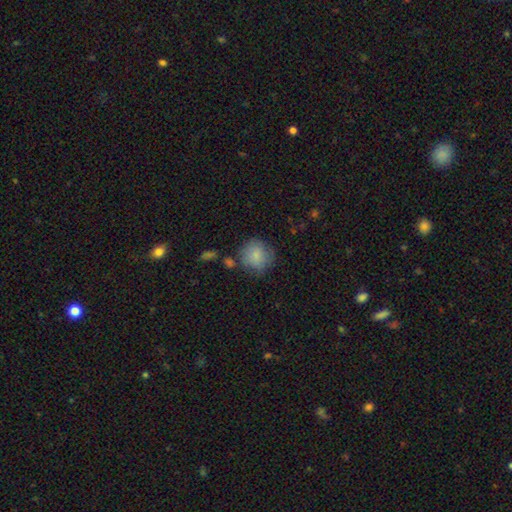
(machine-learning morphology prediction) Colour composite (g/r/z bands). It shows a smooth galaxy with no disk features (82%) that is round (89%). Merging: none (67%).